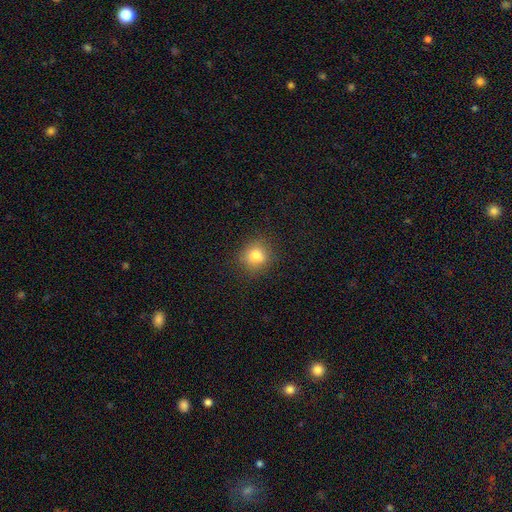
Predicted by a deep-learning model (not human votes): Smooth or featured? smooth (81%)
How rounded? round (82%)
Merging? none (85%)